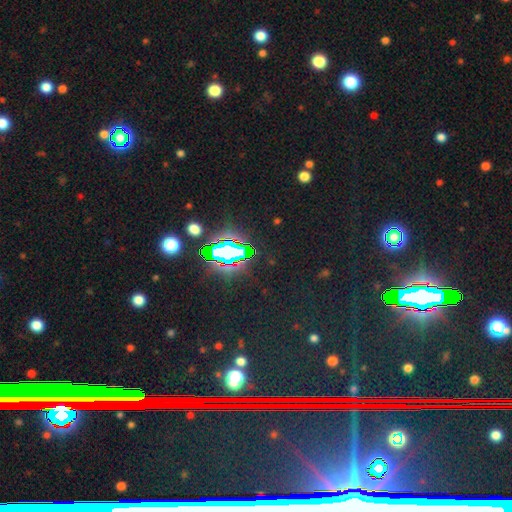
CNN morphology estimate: star or artifact 82%, smooth 10%, featured or disk 8%.